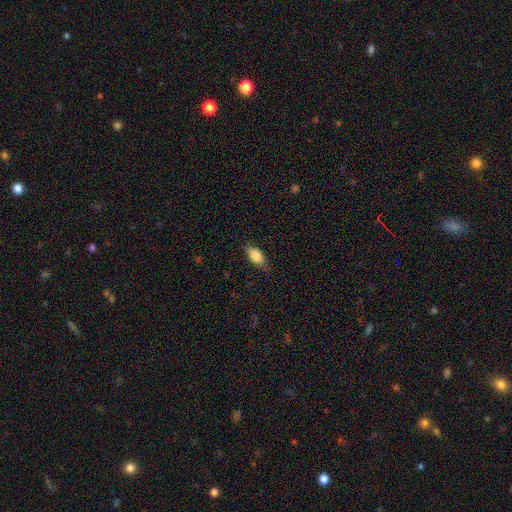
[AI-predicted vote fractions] The model was most divided on "merging": none: 78%, minor disturbance: 18%, major disturbance: 4%, merger: 1%. More confident: how rounded — in between (84%); smooth or featured — smooth (80%).